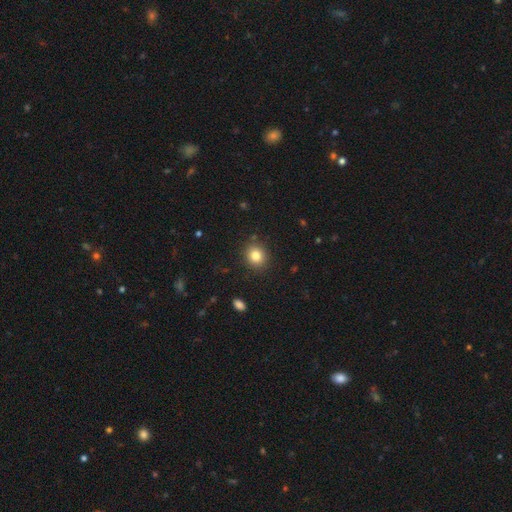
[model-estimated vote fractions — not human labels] Q: Smooth or featured?
A: smooth (81%); runner-up: star or artifact (11%)
Q: How rounded?
A: round (78%); runner-up: in between (21%)
Q: Merging?
A: none (88%); runner-up: minor disturbance (8%)